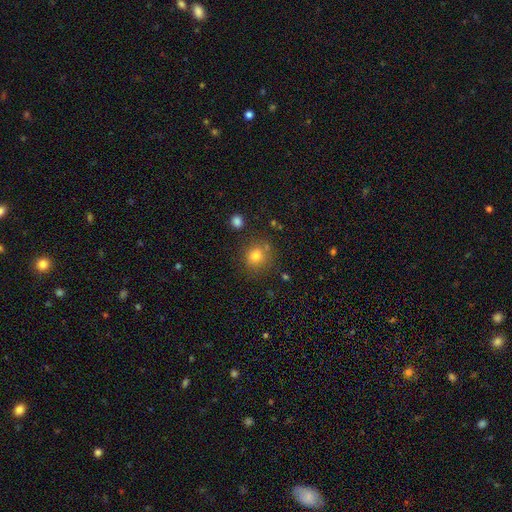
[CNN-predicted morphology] Smooth or featured?
  - smooth: 78% *
  - star or artifact: 13%
  - featured or disk: 9%
How rounded?
  - round: 83% *
  - in between: 16%
  - cigar-shaped: 1%
Merging?
  - none: 77% *
  - minor disturbance: 13%
  - merger: 6%
  - major disturbance: 4%